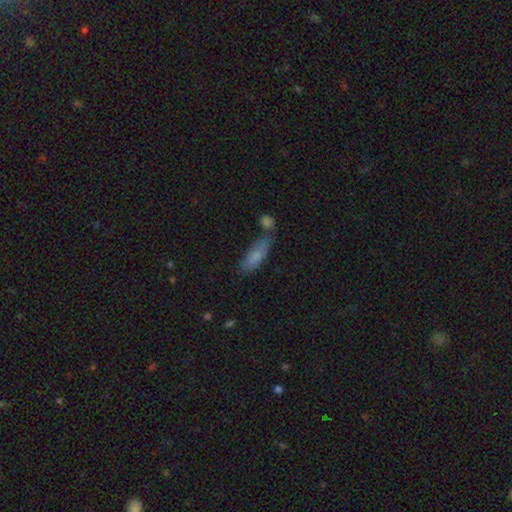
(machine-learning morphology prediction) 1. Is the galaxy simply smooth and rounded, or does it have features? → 78% smooth, 15% featured or disk, 8% star or artifact.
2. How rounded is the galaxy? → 54% in between, 44% cigar-shaped, 2% round.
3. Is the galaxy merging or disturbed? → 60% none, 18% merger, 17% minor disturbance, 5% major disturbance.